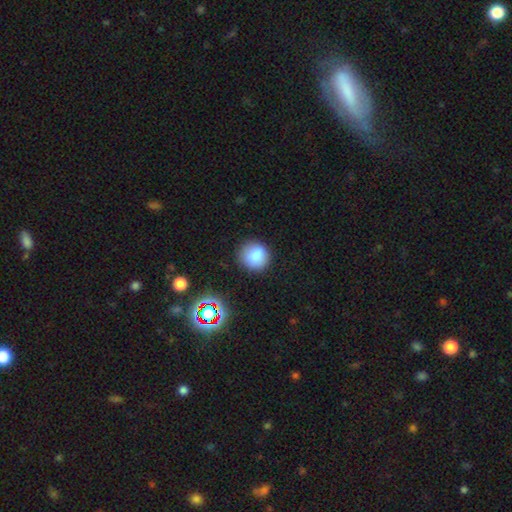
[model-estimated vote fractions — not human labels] This appears to be a smooth galaxy with no disk features (83%) that is round (88%). Merging: none (85%).